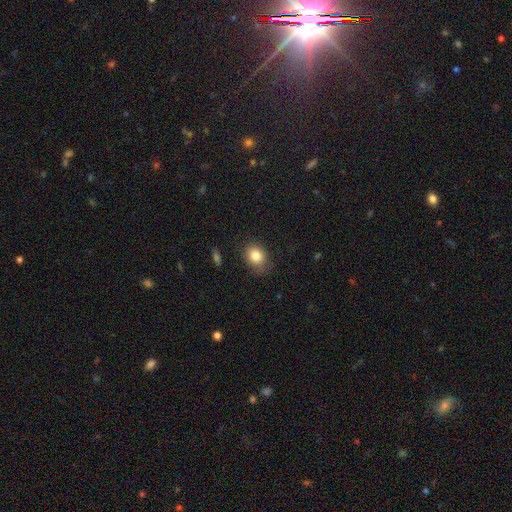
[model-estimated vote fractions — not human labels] Morphology: type=smooth (82%); roundness=round (57%); merging=none (73%).